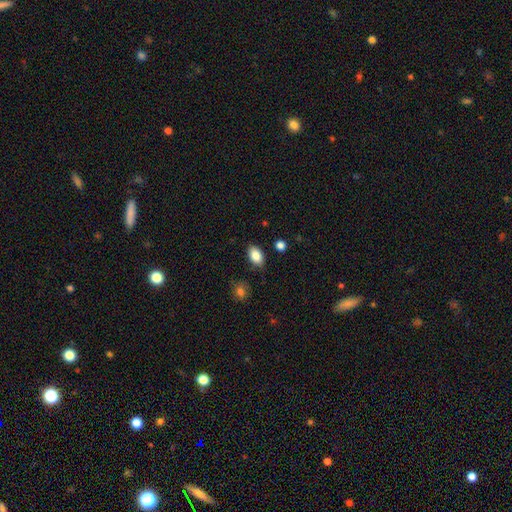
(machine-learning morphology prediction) type=smooth (86%); roundness=in between (89%); merging=none (83%).